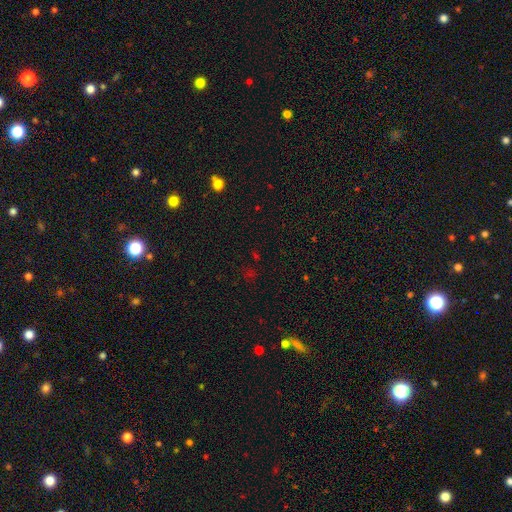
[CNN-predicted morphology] Overall: star or artifact (61%; smooth 32%).